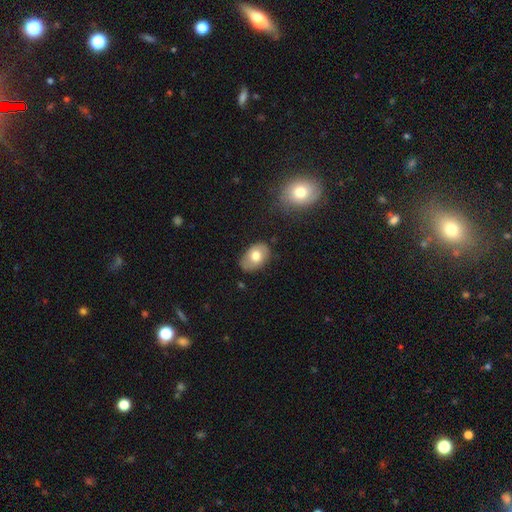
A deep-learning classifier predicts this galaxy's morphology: smooth-or-featured: smooth: 70% | featured or disk: 22% | star or artifact: 7%
  how-rounded: in between: 86% | round: 13% | cigar-shaped: 1%
  merging: none: 76% | minor disturbance: 18% | major disturbance: 4% | merger: 2%